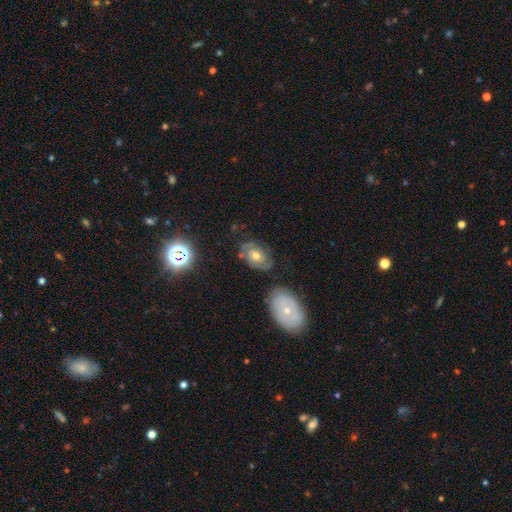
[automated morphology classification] Overall: featured or disk (72%). Edge-on disk: no (96%). Bar: no (71%). Spiral arms: yes (88%). Spiral arm count: 2 (64%). Spiral winding: tight (60%; medium 32%). Bulge size: moderate (71%). Merging: none (71%).